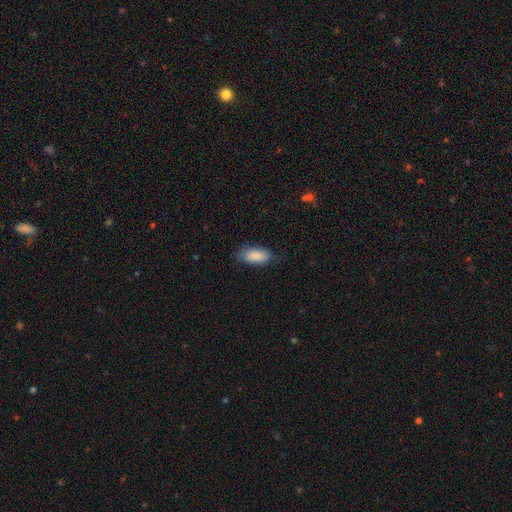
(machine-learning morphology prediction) The model was most divided on "merging": none: 78%, minor disturbance: 17%, major disturbance: 4%, merger: 1%. More confident: how rounded — in between (89%); smooth or featured — smooth (88%).